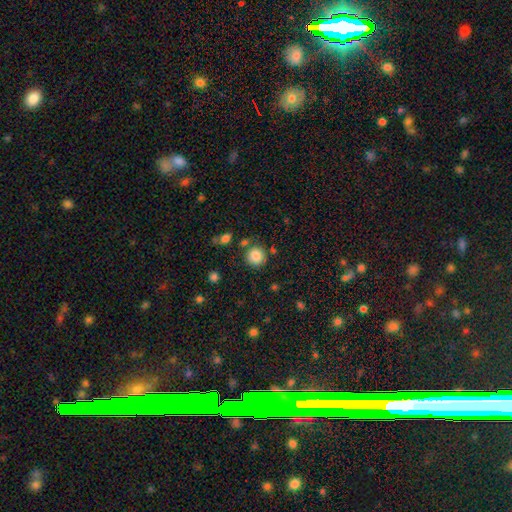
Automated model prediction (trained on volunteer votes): Smooth or featured? smooth (86%)
How rounded? round (92%)
Merging? none (81%)